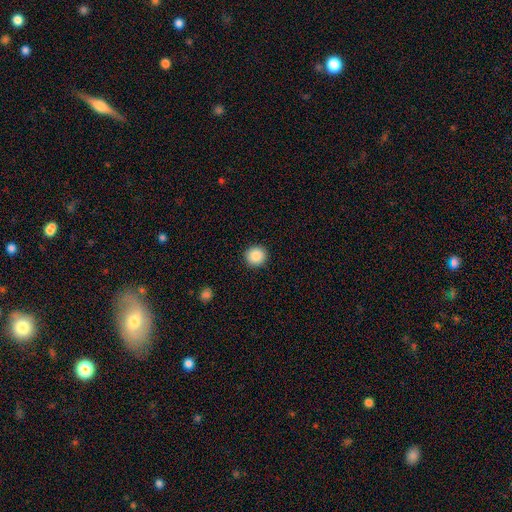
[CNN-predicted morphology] Smooth or featured: smooth — 88% (star or artifact — 8%)
How rounded: round — 94% (in between — 5%)
Merging: none — 93% (minor disturbance — 5%)